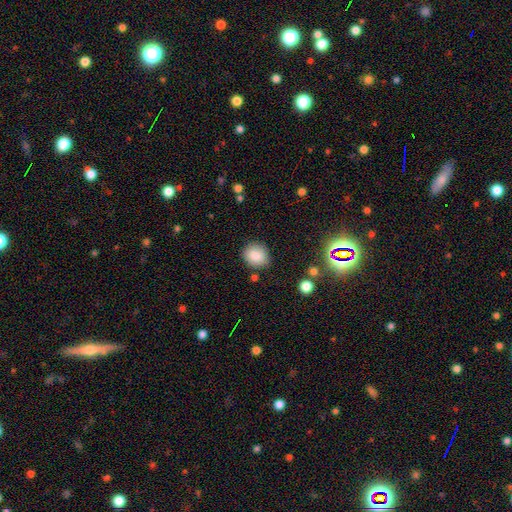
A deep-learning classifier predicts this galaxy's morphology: Smooth or featured?
  - smooth: 86% *
  - star or artifact: 9%
  - featured or disk: 5%
How rounded?
  - round: 66% *
  - in between: 33%
  - cigar-shaped: 1%
Merging?
  - none: 82% *
  - minor disturbance: 12%
  - major disturbance: 3%
  - merger: 3%